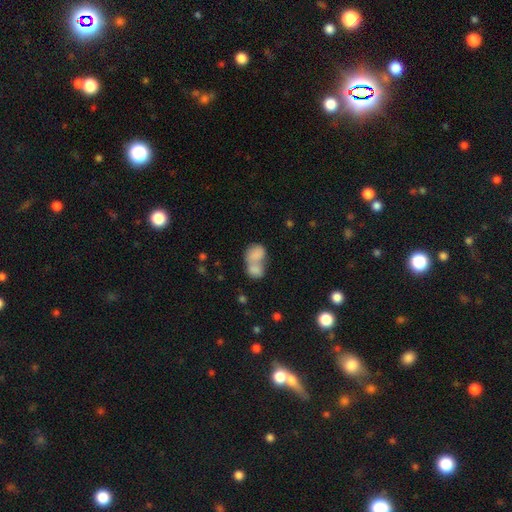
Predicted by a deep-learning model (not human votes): Morphology: type=smooth (79%); roundness=in between (69%); merging=merger (74%).